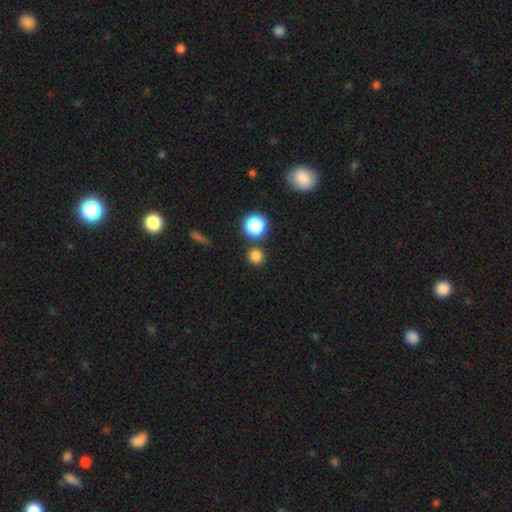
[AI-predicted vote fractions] smooth-or-featured: smooth: 79% | star or artifact: 17% | featured or disk: 4%
  how-rounded: round: 92% | in between: 7% | cigar-shaped: 1%
  merging: none: 84% | merger: 7% | minor disturbance: 7% | major disturbance: 2%